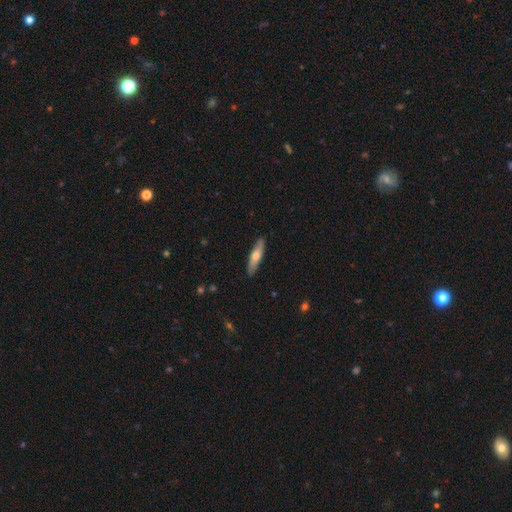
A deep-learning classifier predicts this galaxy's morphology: type=smooth (57%); roundness=cigar-shaped (78%); merging=none (88%).